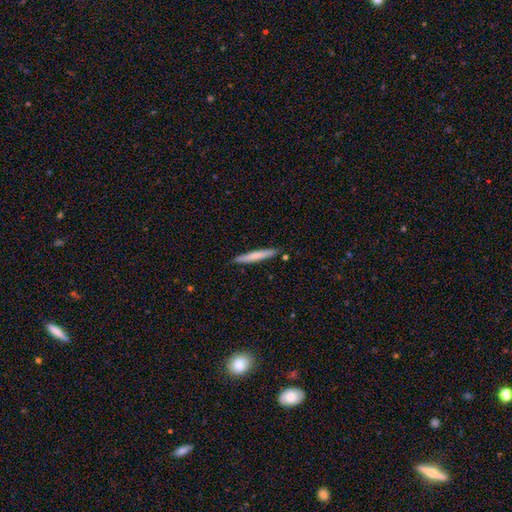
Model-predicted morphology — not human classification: type=smooth (66%); roundness=cigar-shaped (96%); merging=none (89%).